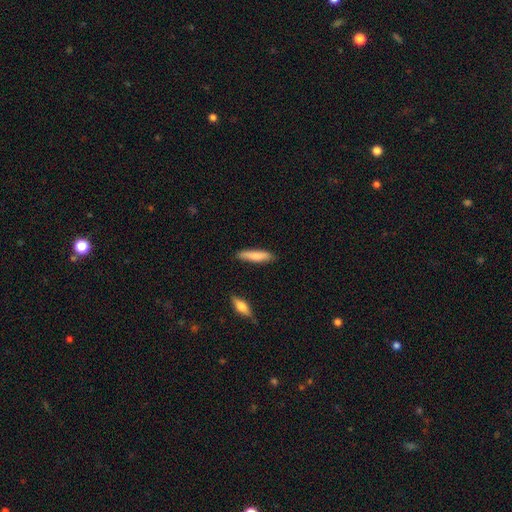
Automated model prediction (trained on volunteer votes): Smooth or featured? Predicted: smooth (p=0.81). How rounded? Predicted: cigar-shaped (p=0.79). Merging? Predicted: none (p=0.86).